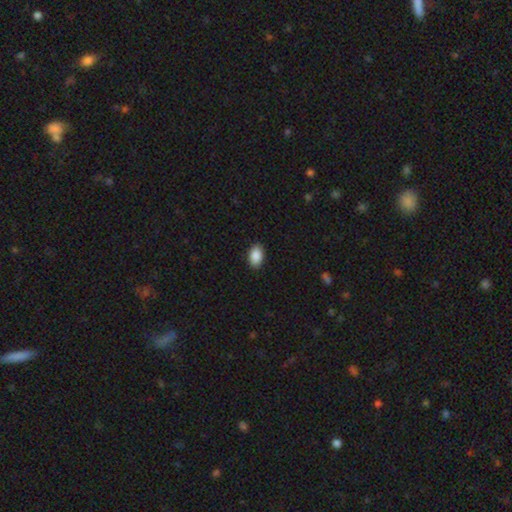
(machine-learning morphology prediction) Smooth or featured? smooth (89%)
How rounded? in between (92%)
Merging? none (90%)